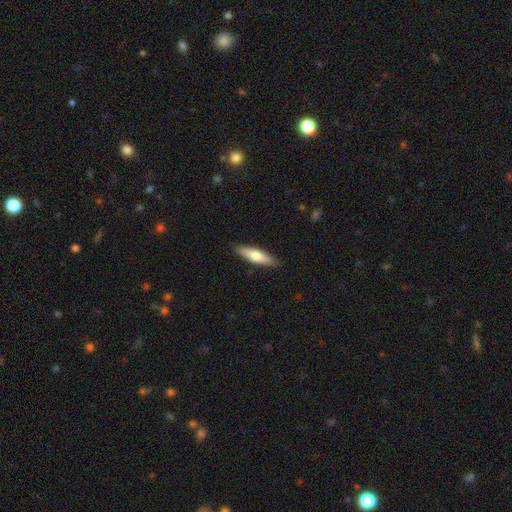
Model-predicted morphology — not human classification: This appears to be a smooth galaxy with no disk features (66%) that is cigar-shaped (66%). Merging: none (88%).